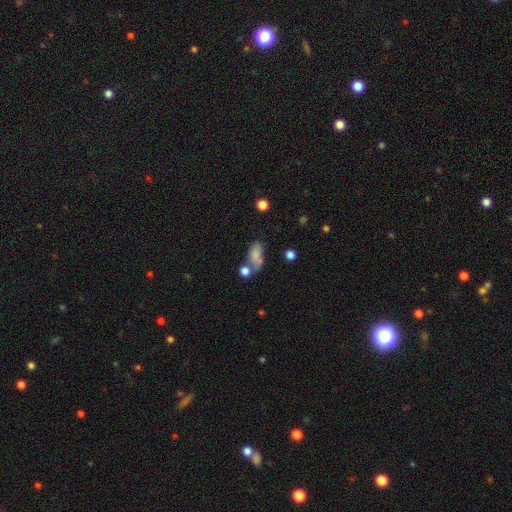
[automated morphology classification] The model was most divided on "merging": none: 36%, merger: 31%, minor disturbance: 20%, major disturbance: 14%. More confident: how rounded — in between (85%); smooth or featured — smooth (72%).